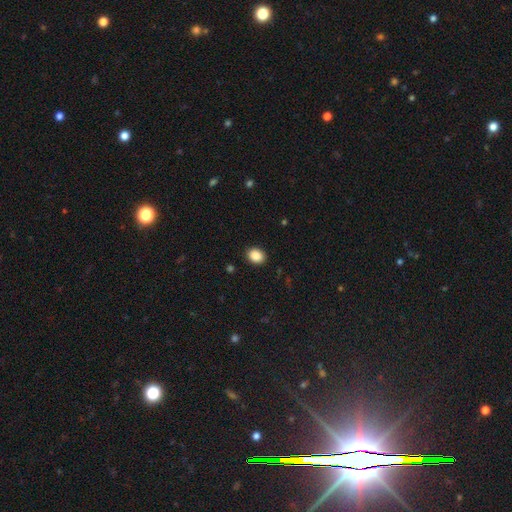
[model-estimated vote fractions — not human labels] A smooth galaxy with no disk features (89%) that is in between round and cigar-shaped (53%).

Vote fractions:
- Smooth or featured? smooth: 89% / star or artifact: 8% / featured or disk: 3%
- How rounded? in between: 53% / round: 46% / cigar-shaped: 1%
- Merging? none: 91% / minor disturbance: 7% / major disturbance: 2% / merger: 1%